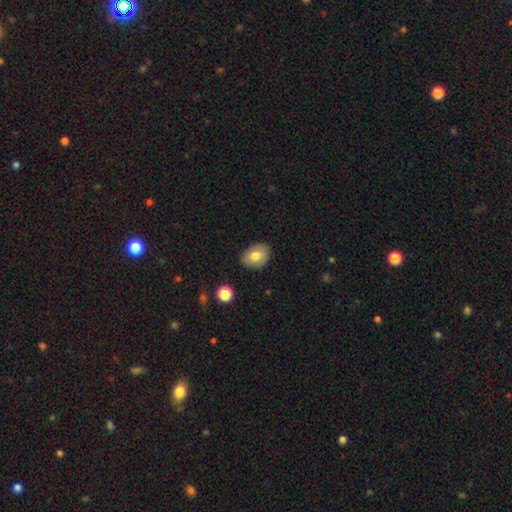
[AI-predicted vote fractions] Morphology: type=smooth (76%); roundness=in between (79%); merging=none (84%).